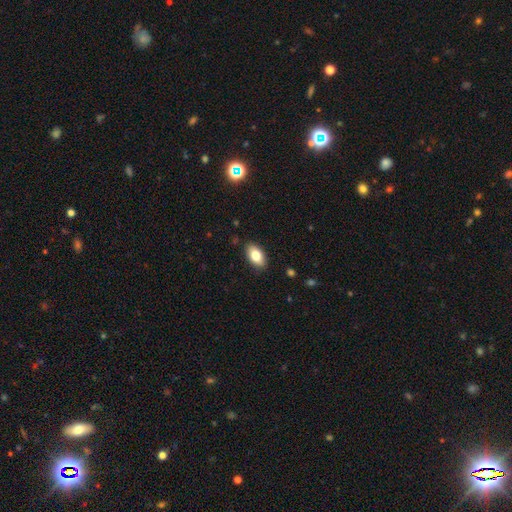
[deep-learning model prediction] This appears to be a smooth galaxy with no disk features (80%) that is in between round and cigar-shaped (93%). Merging: none (87%).